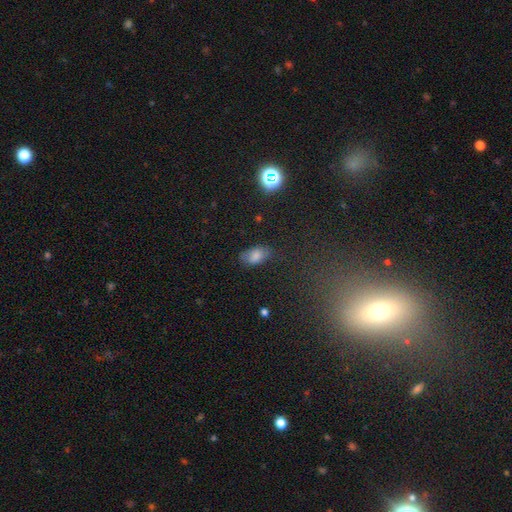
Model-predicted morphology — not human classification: The model was most divided on "merging": none: 69%, minor disturbance: 22%, major disturbance: 6%, merger: 2%. More confident: how rounded — in between (91%); smooth or featured — smooth (76%).